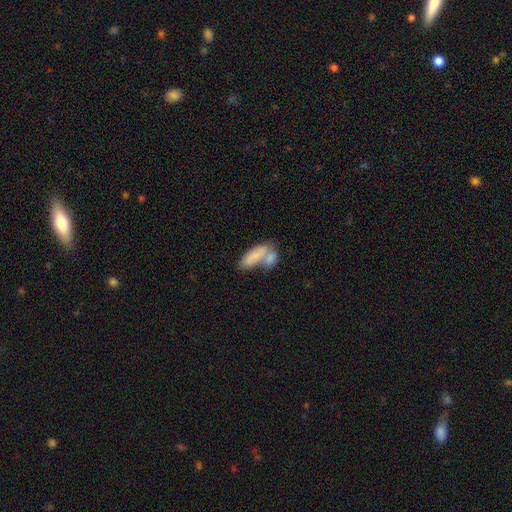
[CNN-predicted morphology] This appears to be a smooth galaxy with no disk features (77%) that is in between round and cigar-shaped (73%). Merging: merger (60%).